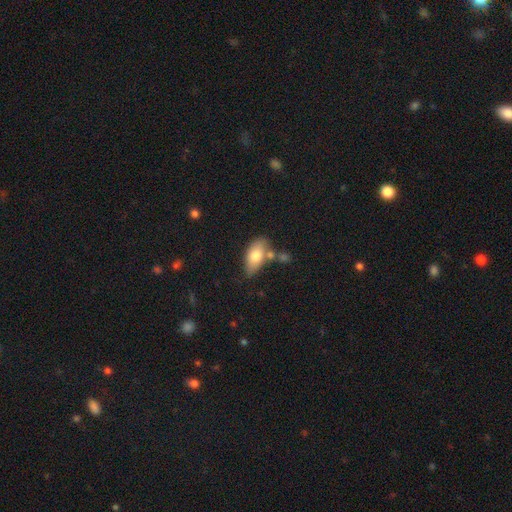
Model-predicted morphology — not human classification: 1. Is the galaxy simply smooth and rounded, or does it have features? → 75% smooth, 19% featured or disk, 6% star or artifact.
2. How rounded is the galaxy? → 91% in between, 5% cigar-shaped, 4% round.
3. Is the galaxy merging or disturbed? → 59% none, 20% minor disturbance, 16% merger, 5% major disturbance.